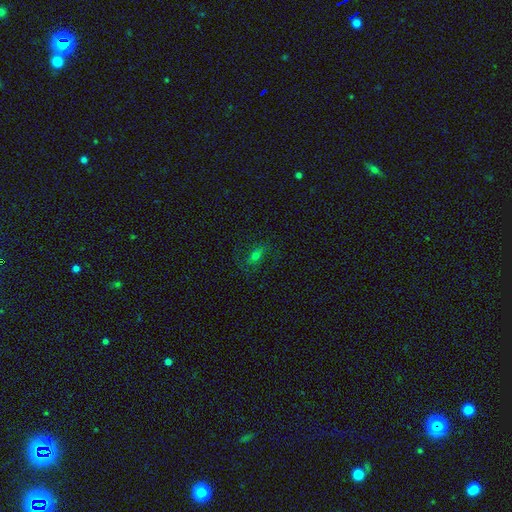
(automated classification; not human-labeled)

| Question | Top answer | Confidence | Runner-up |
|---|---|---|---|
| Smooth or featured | smooth | 53% | featured or disk (25%) |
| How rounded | in between | 72% | round (20%) |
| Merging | none | 74% | minor disturbance (16%) |